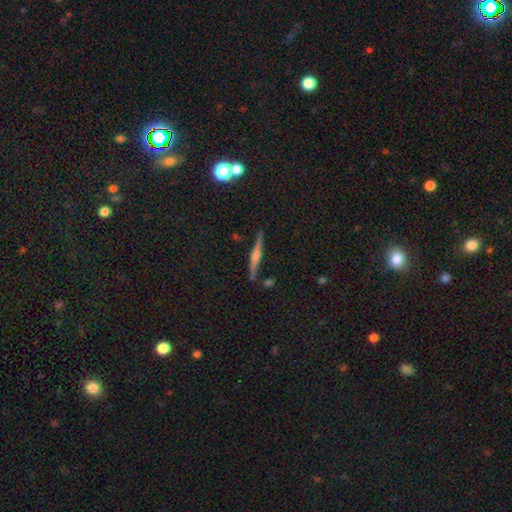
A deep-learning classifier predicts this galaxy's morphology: smooth_or_featured: featured or disk (p=0.72) [alt: smooth p=0.18]
disk_edge_on: yes (p=0.97) [alt: no p=0.03]
edge_on_bulge: rounded (p=0.79) [alt: boxy p=0.12]
merging: none (p=0.87) [alt: minor disturbance p=0.08]